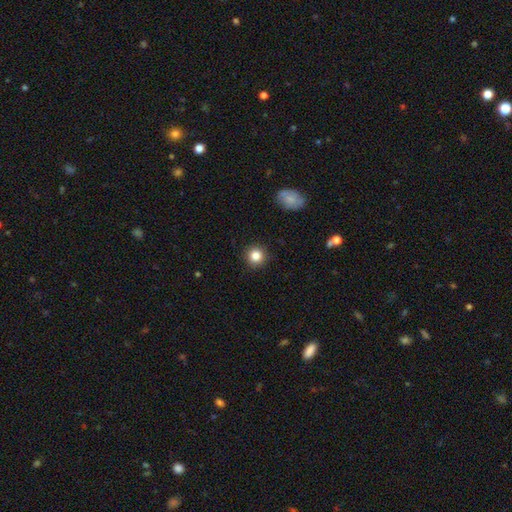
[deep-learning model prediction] Smooth or featured? smooth (83%)
How rounded? round (94%)
Merging? none (91%)